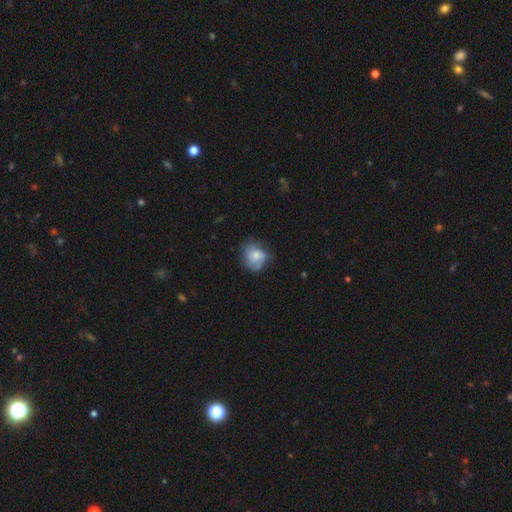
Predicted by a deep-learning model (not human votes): Morphology: type=smooth (48%); merging=none (55%).